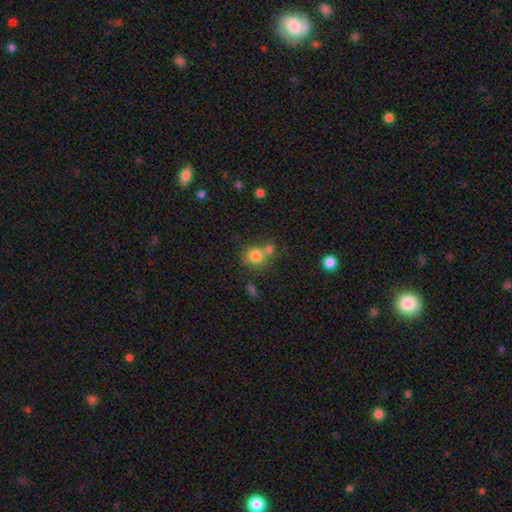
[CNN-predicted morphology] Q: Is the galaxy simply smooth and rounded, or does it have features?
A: smooth — 80%.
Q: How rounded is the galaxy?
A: round — 83%.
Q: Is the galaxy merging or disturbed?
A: none — 50%.